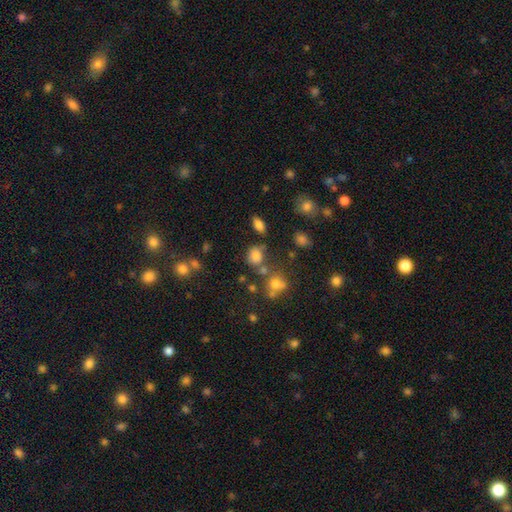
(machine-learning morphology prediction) type=smooth (76%); roundness=round (62%); merging=none (59%).